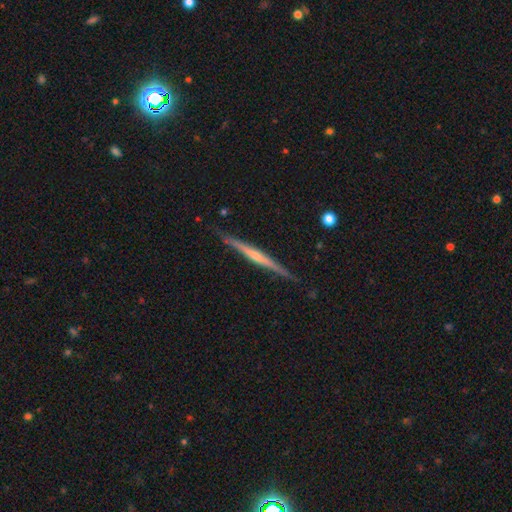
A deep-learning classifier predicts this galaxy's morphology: The model was most divided on "edge-on bulge": rounded: 50%, none: 41%, boxy: 9%. More confident: edge-on disk — yes (98%); merging — none (88%); smooth or featured — featured or disk (73%).